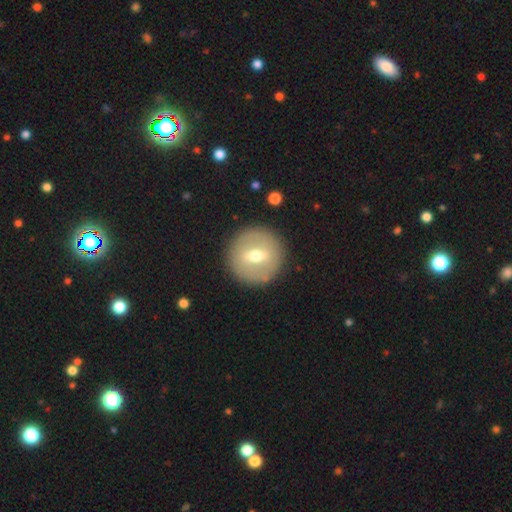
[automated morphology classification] Overall: featured or disk (50%; smooth 43%). Merging: none (88%).